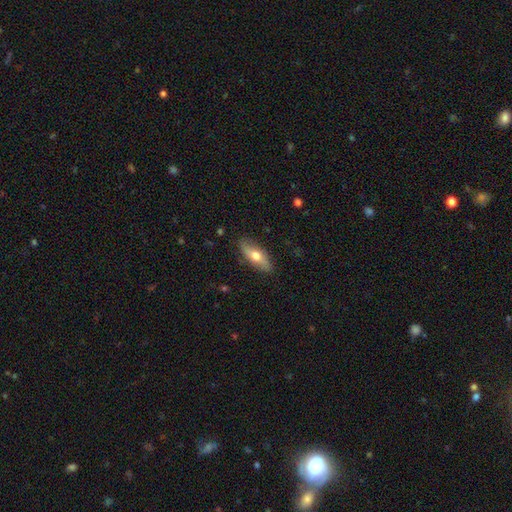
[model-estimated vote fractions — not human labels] This is possibly a smooth galaxy (59%). How rounded: likely in between (72%). Merging: clearly none (84%).